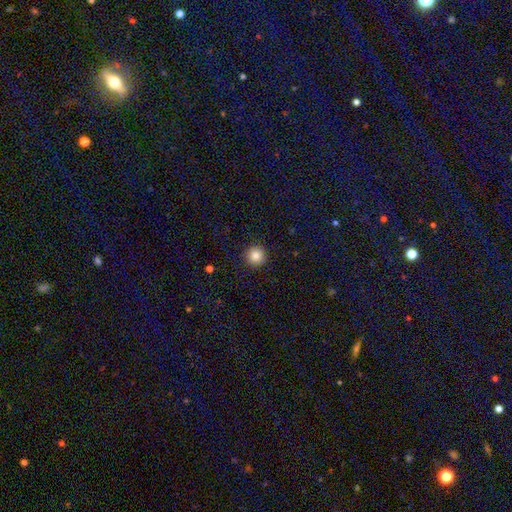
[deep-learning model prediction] A smooth galaxy with no disk features (85%) that is round (95%).

Vote fractions:
- Smooth or featured? smooth: 85% / star or artifact: 10% / featured or disk: 5%
- How rounded? round: 95% / in between: 4% / cigar-shaped: 1%
- Merging? none: 92% / minor disturbance: 5% / major disturbance: 2% / merger: 1%